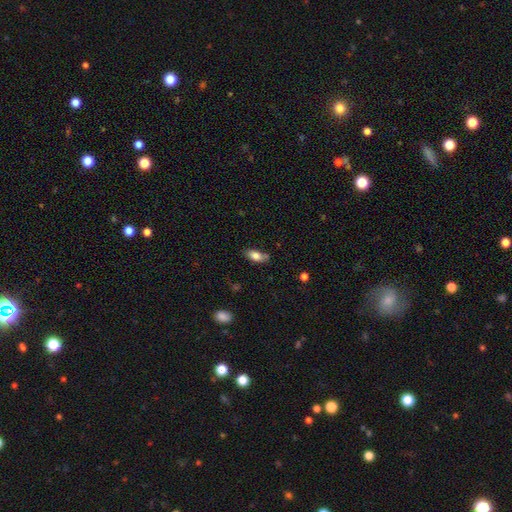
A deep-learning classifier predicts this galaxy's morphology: The model was most divided on "merging": none: 70%, minor disturbance: 20%, merger: 6%, major disturbance: 4%. More confident: how rounded — in between (86%); smooth or featured — smooth (80%).